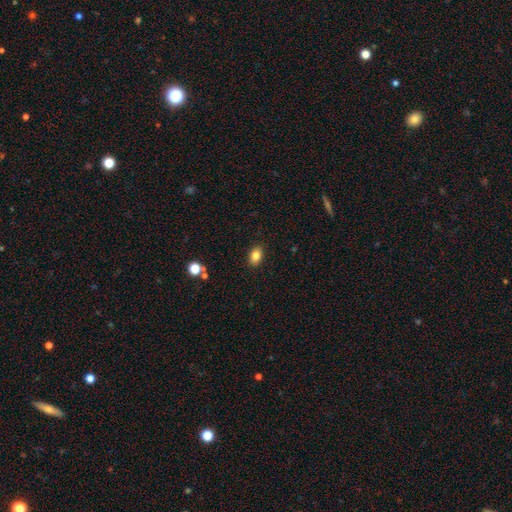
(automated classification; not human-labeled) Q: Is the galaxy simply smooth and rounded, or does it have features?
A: smooth — 83%.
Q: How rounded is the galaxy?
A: in between — 84%.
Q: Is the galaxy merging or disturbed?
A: none — 88%.